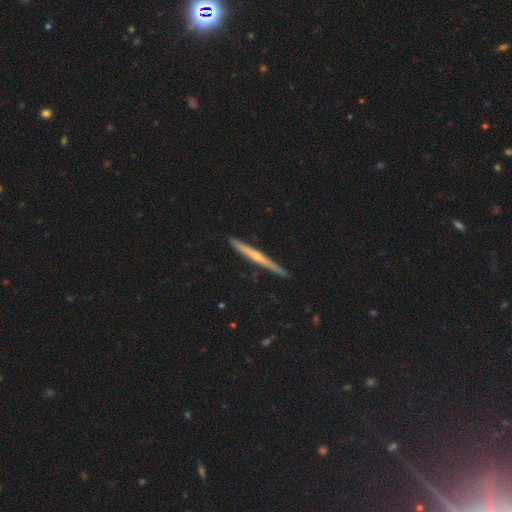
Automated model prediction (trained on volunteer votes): Overall: featured or disk (71%). Edge-on disk: yes (98%). Edge-on bulge: rounded (71%). Merging: none (91%).